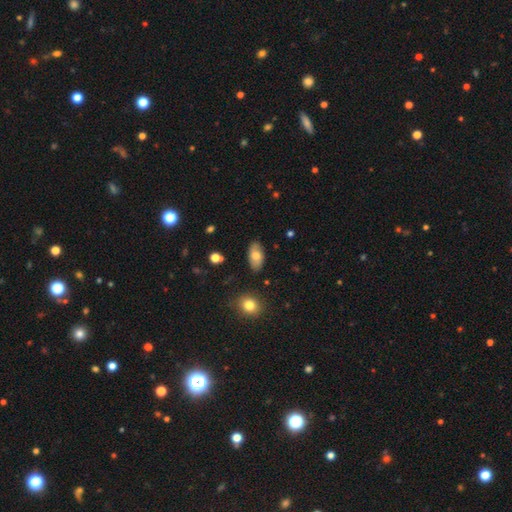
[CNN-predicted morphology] A smooth galaxy with no disk features (73%) that is in between round and cigar-shaped (93%).

Vote fractions:
- Smooth or featured? smooth: 73% / featured or disk: 19% / star or artifact: 8%
- How rounded? in between: 93% / round: 4% / cigar-shaped: 3%
- Merging? none: 84% / minor disturbance: 12% / major disturbance: 2% / merger: 2%